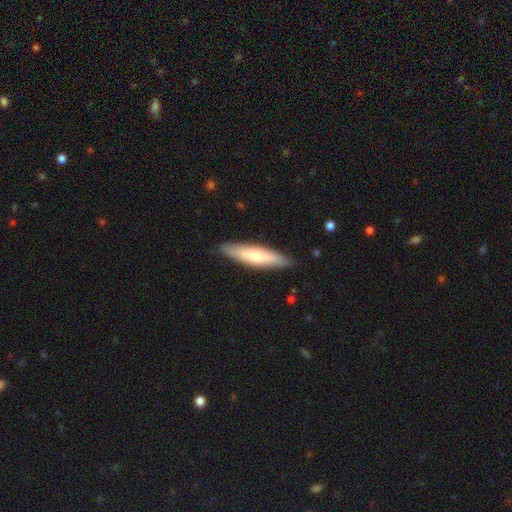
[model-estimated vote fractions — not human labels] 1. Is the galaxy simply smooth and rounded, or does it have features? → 66% smooth, 28% featured or disk, 5% star or artifact.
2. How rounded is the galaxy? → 76% cigar-shaped, 23% in between, 1% round.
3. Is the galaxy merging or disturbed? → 87% none, 10% minor disturbance, 2% major disturbance, 1% merger.